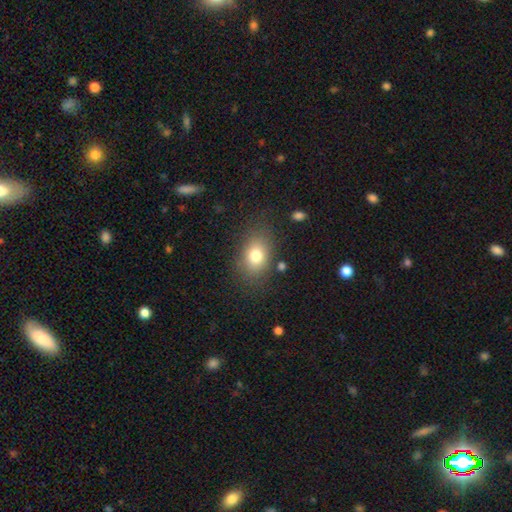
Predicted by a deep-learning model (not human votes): smooth_or_featured: smooth (p=0.78) [alt: featured or disk p=0.12]
how_rounded: in between (p=0.75) [alt: round p=0.23]
merging: none (p=0.78) [alt: minor disturbance p=0.14]